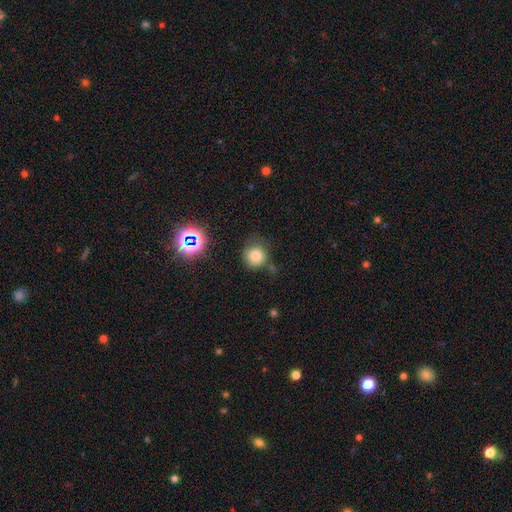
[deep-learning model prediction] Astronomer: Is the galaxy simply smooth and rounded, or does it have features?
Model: smooth — 78%.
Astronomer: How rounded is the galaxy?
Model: round — 88%.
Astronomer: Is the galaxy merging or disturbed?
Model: none — 68%.